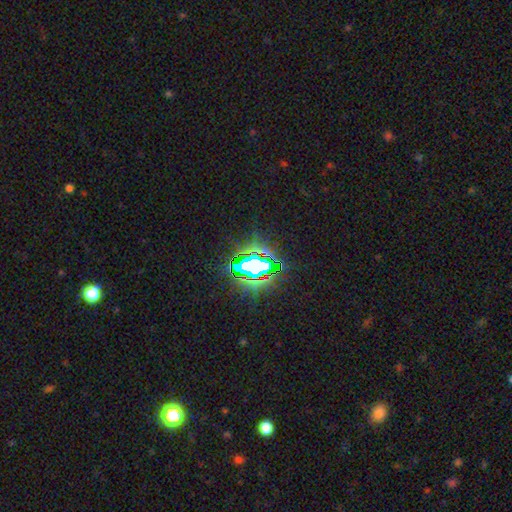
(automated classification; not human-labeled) Overall: star or artifact (81%).